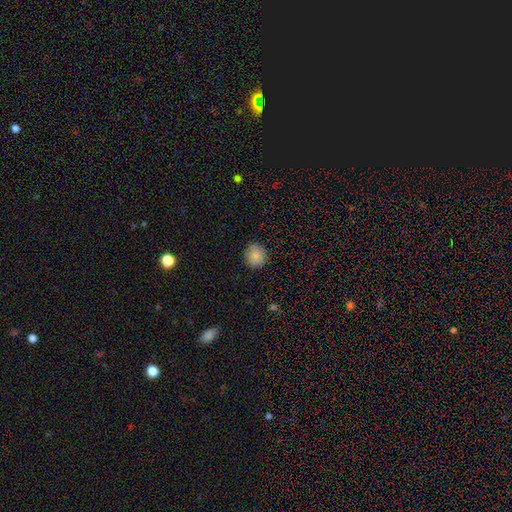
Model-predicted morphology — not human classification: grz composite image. It shows a smooth galaxy with no disk features (87%) that is round (79%). Merging: none (89%).